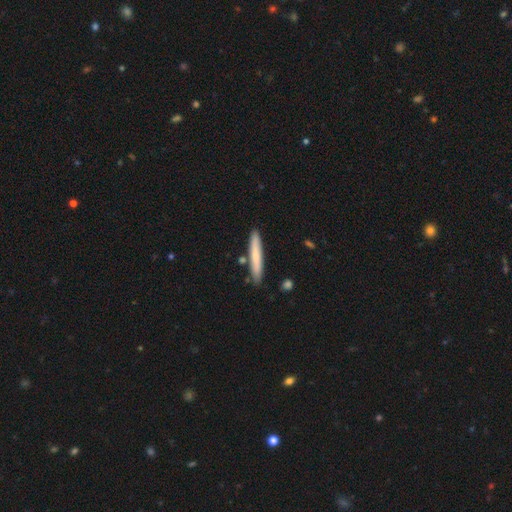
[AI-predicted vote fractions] This is likely a smooth galaxy (70%). How rounded: clearly cigar-shaped (94%). Merging: clearly none (85%).